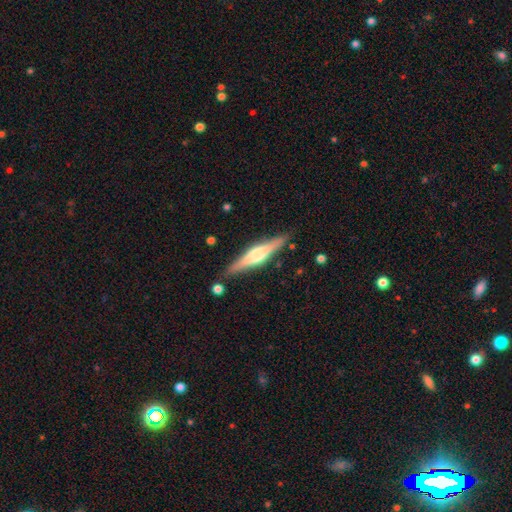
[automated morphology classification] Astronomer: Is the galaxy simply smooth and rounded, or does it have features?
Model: featured or disk — 66%.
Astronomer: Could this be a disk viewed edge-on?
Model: yes — 97%.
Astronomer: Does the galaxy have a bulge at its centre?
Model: rounded — 71%.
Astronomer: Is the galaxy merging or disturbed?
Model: none — 86%.